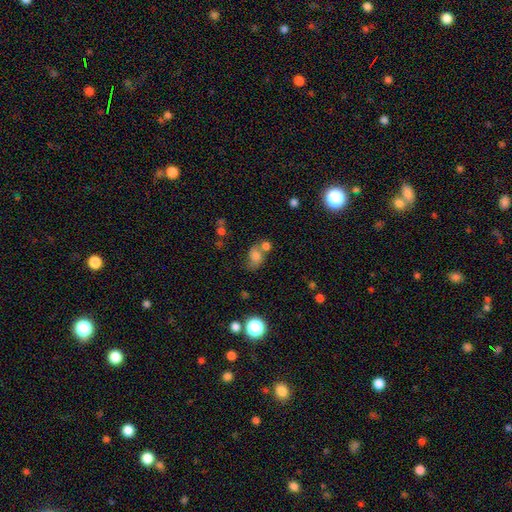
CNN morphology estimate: A smooth galaxy with no disk features (63%) that is in between round and cigar-shaped (62%).

Vote fractions:
- Smooth or featured? smooth: 63% / featured or disk: 21% / star or artifact: 16%
- How rounded? in between: 62% / round: 36% / cigar-shaped: 2%
- Merging? none: 39% / merger: 31% / minor disturbance: 19% / major disturbance: 11%